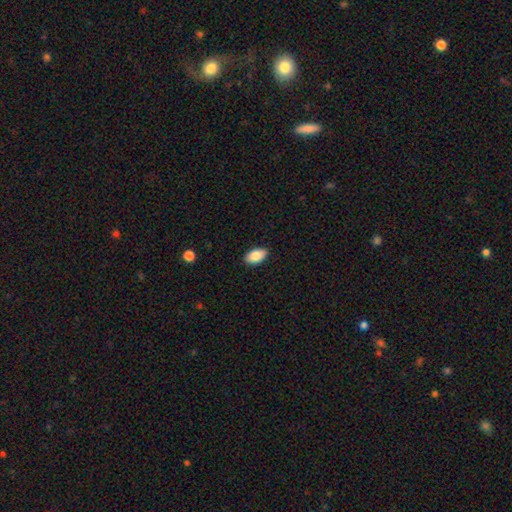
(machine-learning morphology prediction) A smooth galaxy with no disk features (87%) that is in between round and cigar-shaped (94%).

Vote fractions:
- Smooth or featured? smooth: 87% / star or artifact: 7% / featured or disk: 6%
- How rounded? in between: 94% / round: 4% / cigar-shaped: 2%
- Merging? none: 89% / minor disturbance: 8% / major disturbance: 2% / merger: 1%